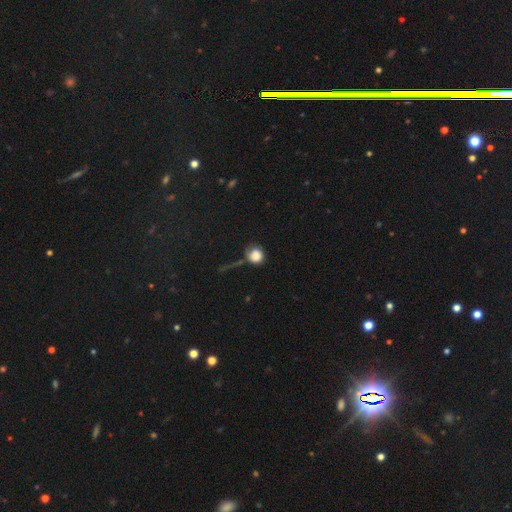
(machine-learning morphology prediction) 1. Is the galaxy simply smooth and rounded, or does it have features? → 82% smooth, 10% star or artifact, 8% featured or disk.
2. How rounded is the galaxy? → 85% round, 13% in between, 1% cigar-shaped.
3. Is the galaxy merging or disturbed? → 50% none, 25% minor disturbance, 16% major disturbance, 10% merger.